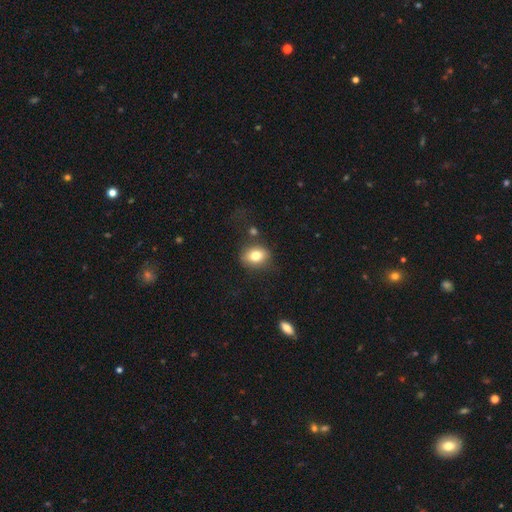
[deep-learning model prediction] Morphology: type=smooth (79%); roundness=in between (50%); merging=none (74%).